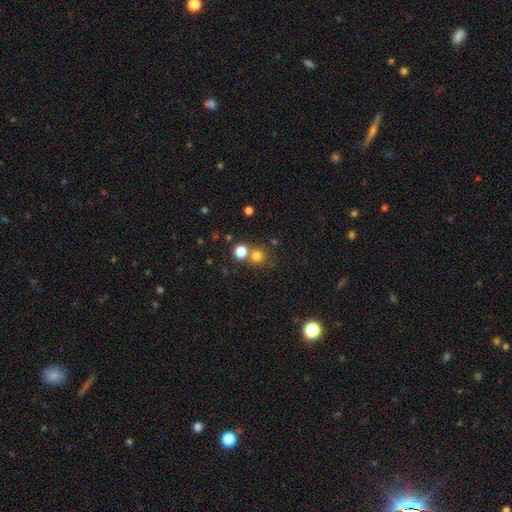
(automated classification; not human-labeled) This appears to be a smooth galaxy with no disk features (76%) that is round (91%). Merging: none (64%).